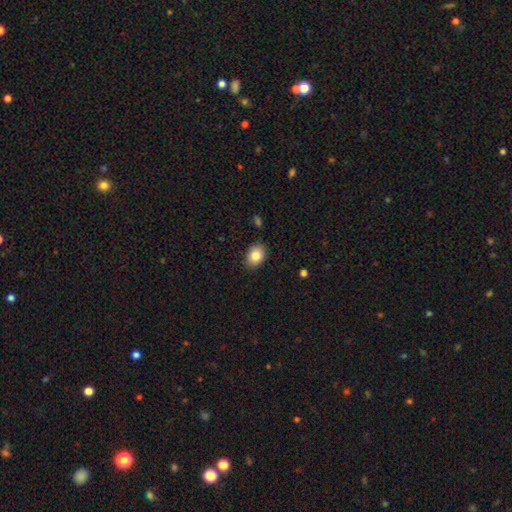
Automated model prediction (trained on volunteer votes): Overall: smooth (84%). How rounded: in between (74%). Merging: none (87%).